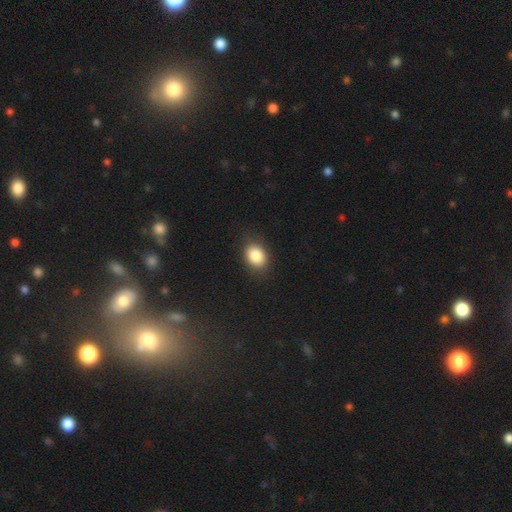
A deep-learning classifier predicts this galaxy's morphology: smooth 85%, star or artifact 9%, featured or disk 6%. Down the decision tree: how rounded — in between (67%); merging — none (85%).